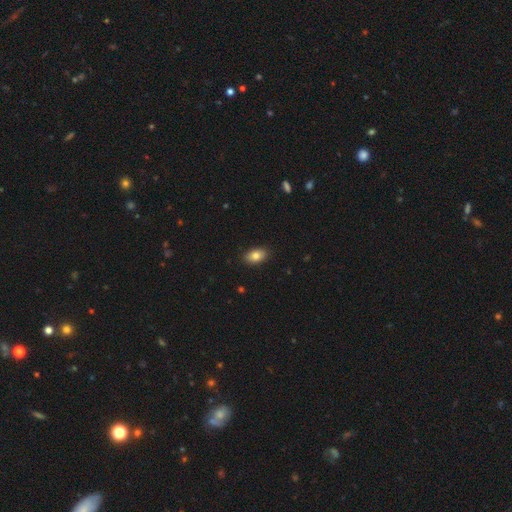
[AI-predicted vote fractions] Overall: smooth (83%). How rounded: in between (91%). Merging: none (89%).